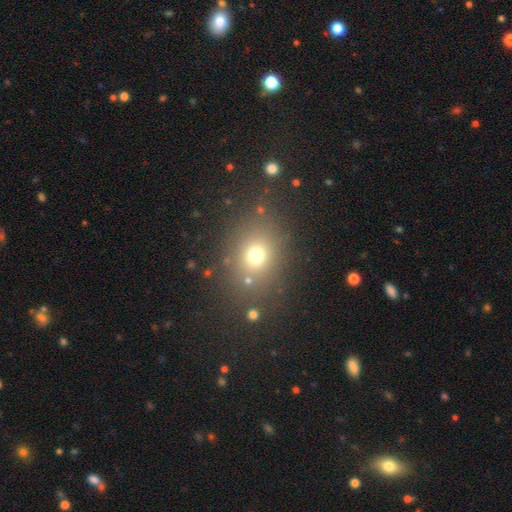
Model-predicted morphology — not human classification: A smooth galaxy with no disk features (69%) that is round (52%).

Vote fractions:
- Smooth or featured? smooth: 69% / star or artifact: 20% / featured or disk: 11%
- How rounded? round: 52% / in between: 46% / cigar-shaped: 1%
- Merging? none: 78% / minor disturbance: 11% / major disturbance: 6% / merger: 5%